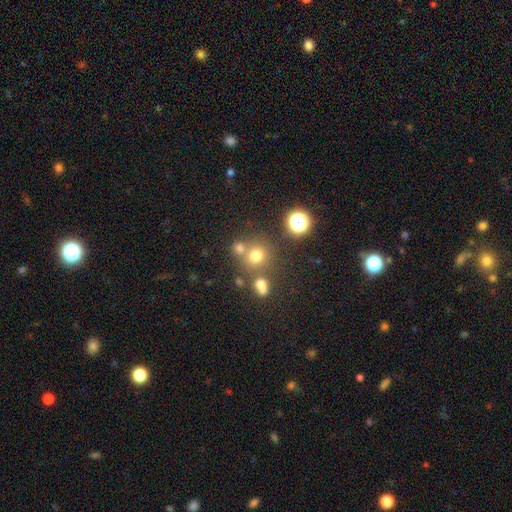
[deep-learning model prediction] Overall: smooth (68%). How rounded: round (88%). Merging: none (67%).